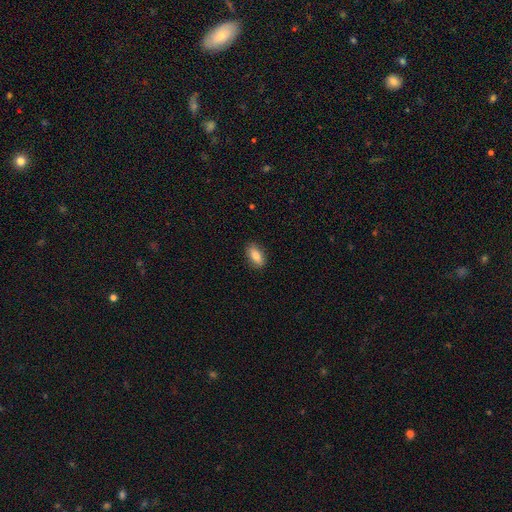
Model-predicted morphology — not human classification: smooth 81%, featured or disk 13%, star or artifact 7%. Down the decision tree: how rounded — in between (86%); merging — none (87%).